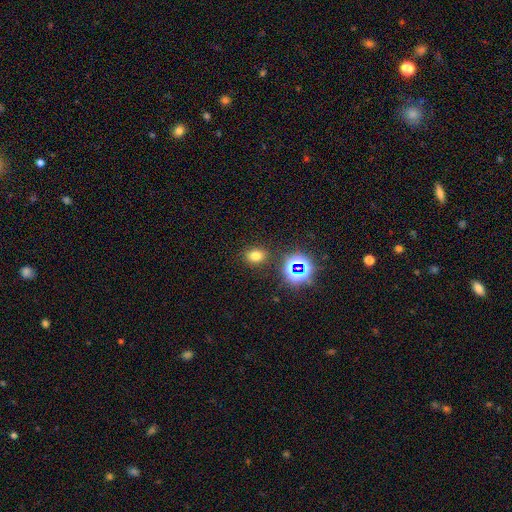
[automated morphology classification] The model was most divided on "how rounded": in between: 52%, round: 46%, cigar-shaped: 1%. More confident: merging — none (84%); smooth or featured — smooth (69%).